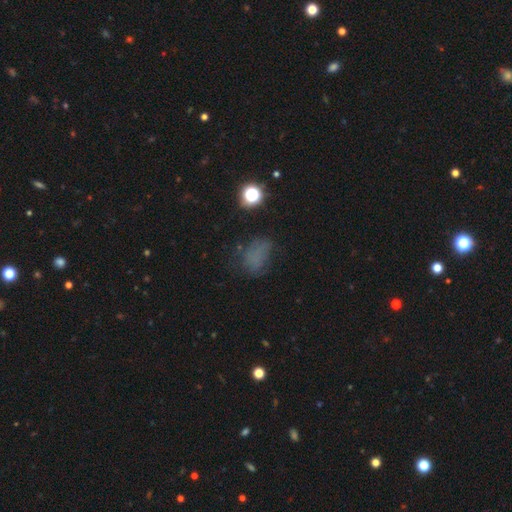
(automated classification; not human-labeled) This is possibly a smooth galaxy (55%). How rounded: likely in between (67%). Merging: possibly none (49%).